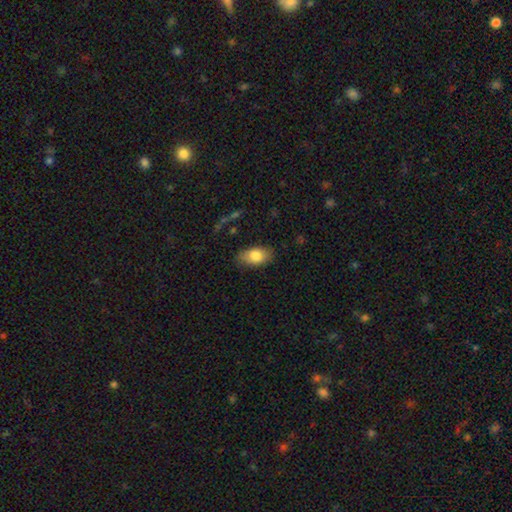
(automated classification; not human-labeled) A smooth galaxy with no disk features (83%) that is in between round and cigar-shaped (92%). Merging: none (82%).